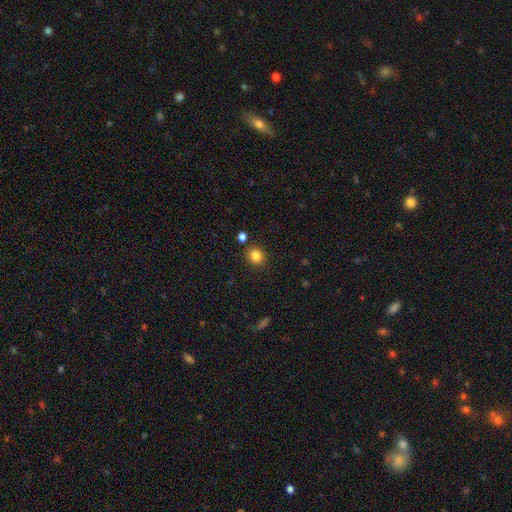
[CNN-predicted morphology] smooth_or_featured: smooth (p=0.83) [alt: star or artifact p=0.12]
how_rounded: round (p=0.76) [alt: in between p=0.23]
merging: none (p=0.84) [alt: minor disturbance p=0.09]